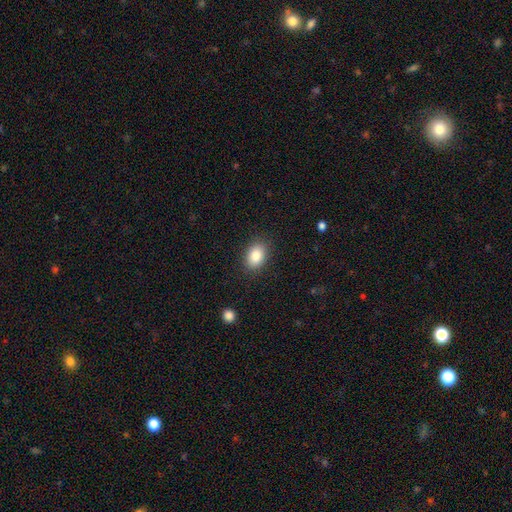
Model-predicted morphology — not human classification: type=smooth (87%); roundness=in between (81%); merging=none (87%).